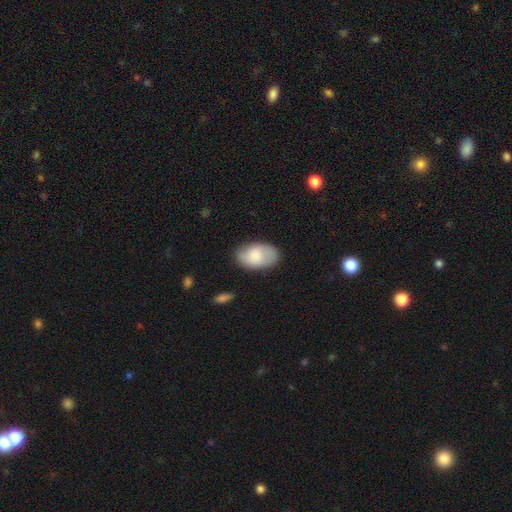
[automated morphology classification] smooth_or_featured: smooth (p=0.72) [alt: featured or disk p=0.22]
how_rounded: in between (p=0.91) [alt: round p=0.07]
merging: none (p=0.78) [alt: minor disturbance p=0.16]